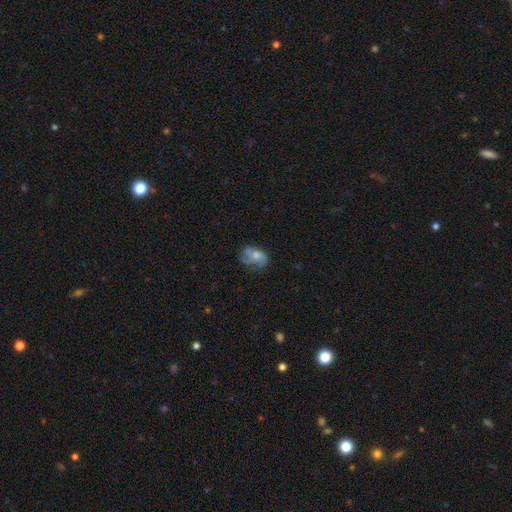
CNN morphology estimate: Overall: featured or disk (47%; smooth 44%). Merging: none (49%; minor disturbance 28%).